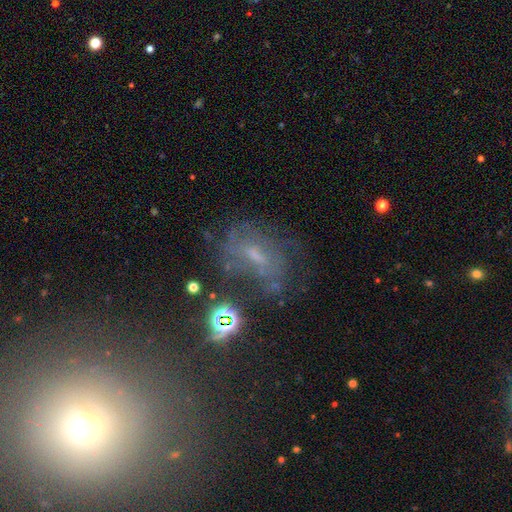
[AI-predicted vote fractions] This appears to be a featured or disk galaxy (52%). Merging: none (48%).